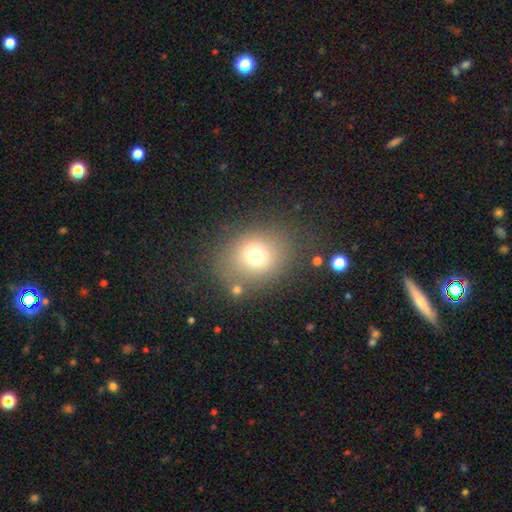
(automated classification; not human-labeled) This is likely a smooth galaxy (70%). How rounded: likely round (70%). Merging: likely none (74%).